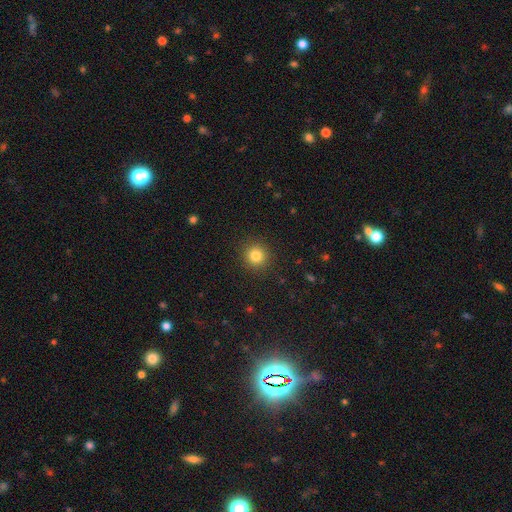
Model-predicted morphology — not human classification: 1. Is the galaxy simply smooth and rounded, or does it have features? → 83% smooth, 12% star or artifact, 5% featured or disk.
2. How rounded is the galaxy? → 92% round, 7% in between, 1% cigar-shaped.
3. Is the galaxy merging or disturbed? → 91% none, 6% minor disturbance, 2% major disturbance, 1% merger.